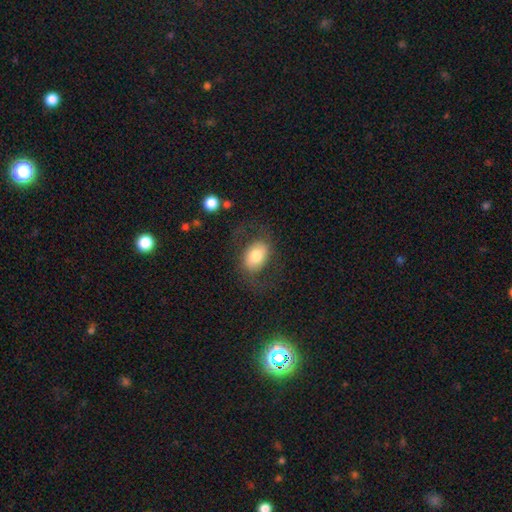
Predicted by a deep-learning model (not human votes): A smooth galaxy with no disk features (66%) that is in between round and cigar-shaped (77%).

Vote fractions:
- Smooth or featured? smooth: 66% / featured or disk: 27% / star or artifact: 7%
- How rounded? in between: 77% / round: 21% / cigar-shaped: 1%
- Merging? none: 69% / minor disturbance: 15% / major disturbance: 14% / merger: 2%